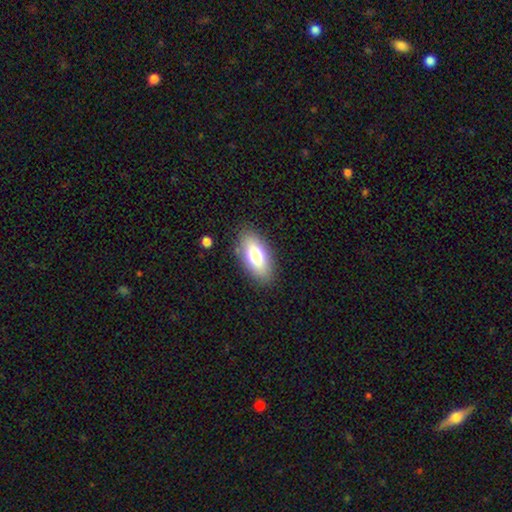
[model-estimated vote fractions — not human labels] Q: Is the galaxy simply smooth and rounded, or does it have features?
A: smooth — 73%.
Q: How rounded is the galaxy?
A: in between — 87%.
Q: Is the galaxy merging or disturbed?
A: none — 85%.